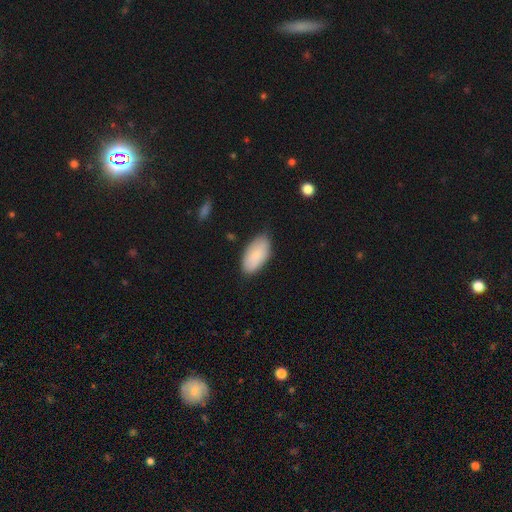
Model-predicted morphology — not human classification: smooth_or_featured: smooth (p=0.85) [alt: featured or disk p=0.09]
how_rounded: in between (p=0.94) [alt: cigar-shaped p=0.04]
merging: none (p=0.79) [alt: minor disturbance p=0.17]